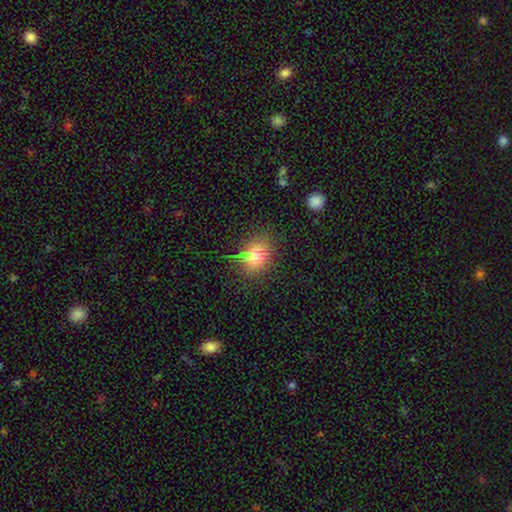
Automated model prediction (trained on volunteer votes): Smooth or featured: smooth — 70% (star or artifact — 19%)
How rounded: round — 58% (in between — 40%)
Merging: none — 75% (minor disturbance — 16%)